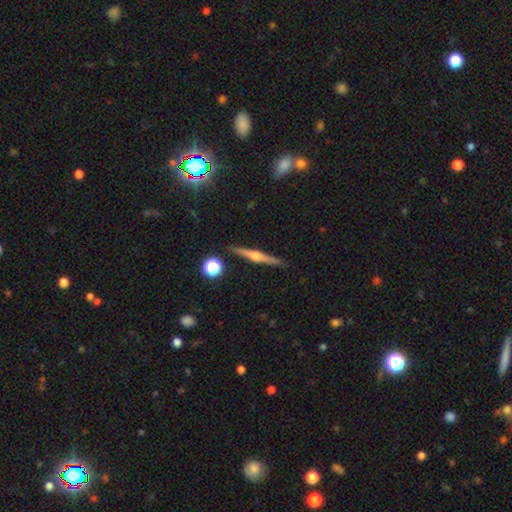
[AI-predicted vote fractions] A featured or disk galaxy (77%) viewed edge-on (98%) with a rounded central bulge (92%). Merging: none (91%).